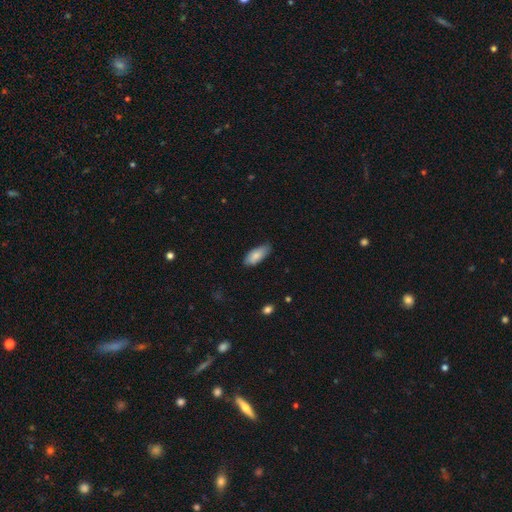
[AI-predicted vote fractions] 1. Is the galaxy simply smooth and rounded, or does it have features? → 85% smooth, 10% featured or disk, 6% star or artifact.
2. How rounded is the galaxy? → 85% in between, 13% cigar-shaped, 2% round.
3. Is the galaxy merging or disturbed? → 77% none, 19% minor disturbance, 3% major disturbance, 1% merger.